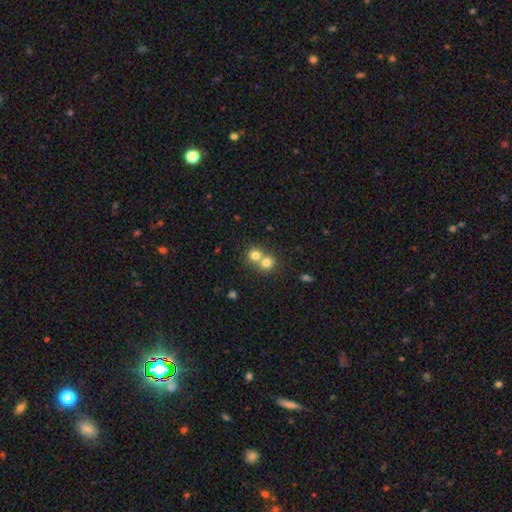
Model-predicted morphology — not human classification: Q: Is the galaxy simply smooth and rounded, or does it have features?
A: smooth — 76%.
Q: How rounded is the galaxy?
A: round — 83%.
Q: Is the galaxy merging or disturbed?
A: merger — 59%.